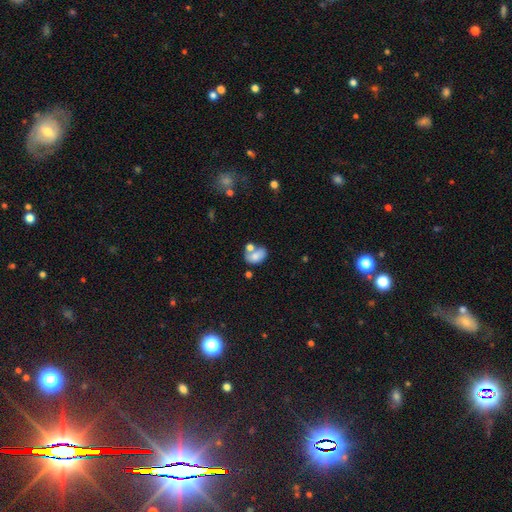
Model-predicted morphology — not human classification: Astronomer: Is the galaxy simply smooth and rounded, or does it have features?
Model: smooth — 74%.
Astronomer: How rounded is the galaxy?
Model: in between — 84%.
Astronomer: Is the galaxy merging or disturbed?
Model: merger — 38% (runner-up: none, 37%).